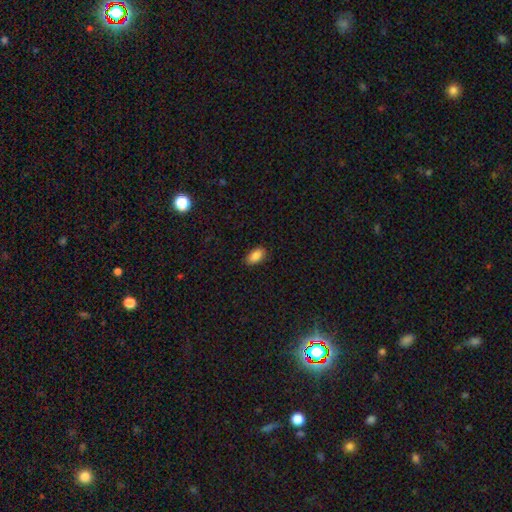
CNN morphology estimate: Smooth or featured? smooth (87%)
How rounded? in between (93%)
Merging? none (87%)